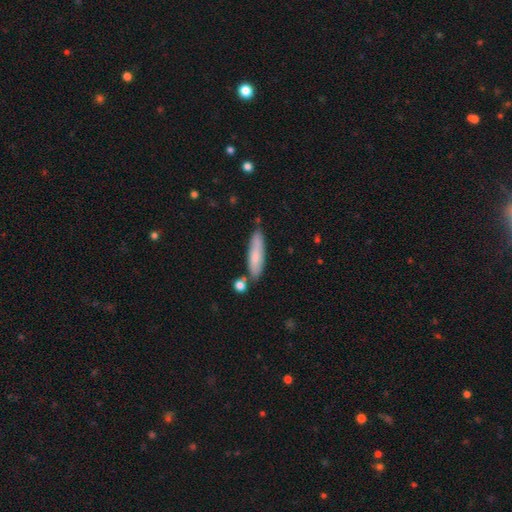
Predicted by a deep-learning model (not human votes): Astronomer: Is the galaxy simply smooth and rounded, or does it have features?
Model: smooth — 73%.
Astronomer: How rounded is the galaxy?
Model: cigar-shaped — 73%.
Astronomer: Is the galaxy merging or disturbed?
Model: none — 75%.